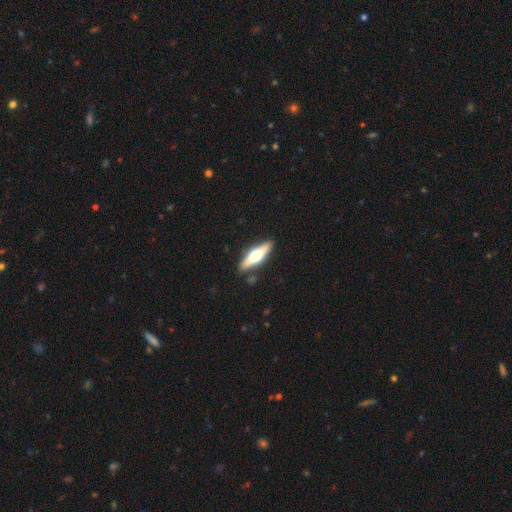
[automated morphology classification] smooth-or-featured: featured or disk: 60% | smooth: 34% | star or artifact: 5%
  disk-edge-on: yes: 95% | no: 5%
    edge-on-bulge: rounded: 94% | boxy: 4% | none: 2%
  merging: none: 87% | minor disturbance: 9% | major disturbance: 2% | merger: 2%